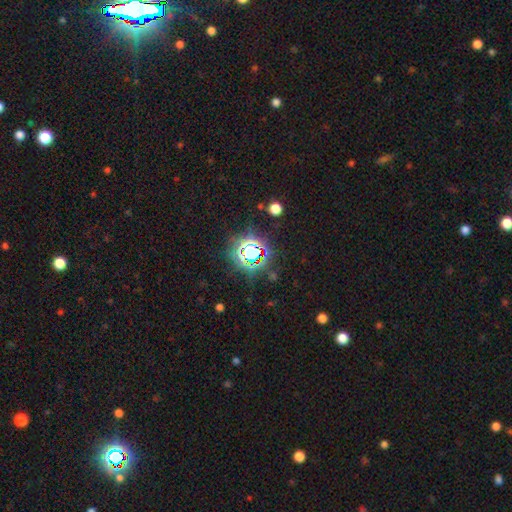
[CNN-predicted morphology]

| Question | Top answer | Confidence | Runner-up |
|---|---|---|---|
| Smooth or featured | star or artifact | 78% | smooth (14%) |